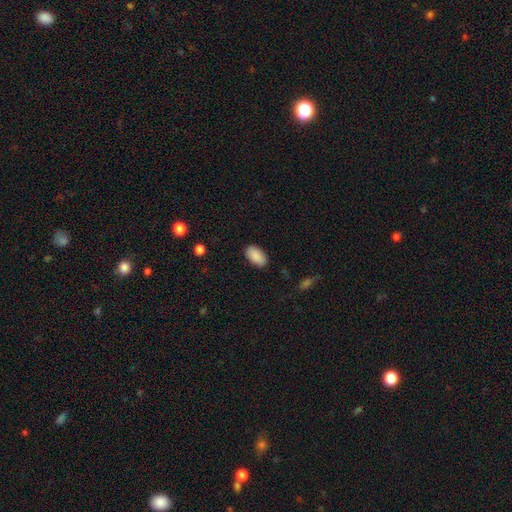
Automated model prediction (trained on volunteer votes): This is clearly a smooth galaxy (90%). How rounded: clearly in between (95%). Merging: clearly none (88%).